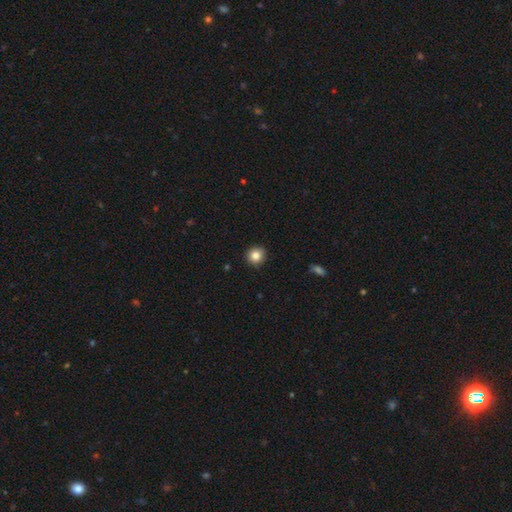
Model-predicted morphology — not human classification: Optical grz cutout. It shows a smooth galaxy with no disk features (83%) that is round (92%). Merging: none (90%).